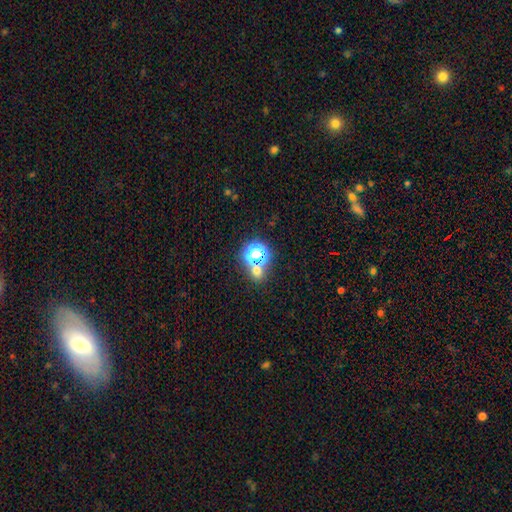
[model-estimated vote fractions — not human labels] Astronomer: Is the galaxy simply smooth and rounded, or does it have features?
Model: smooth — 50% (runner-up: star or artifact, 41%).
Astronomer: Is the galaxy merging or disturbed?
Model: none — 58%.